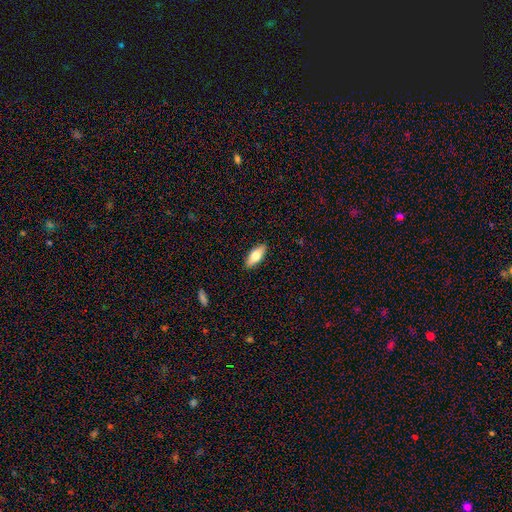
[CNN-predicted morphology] This appears to be a smooth galaxy with no disk features (70%) that is in between round and cigar-shaped (75%). Merging: none (89%).